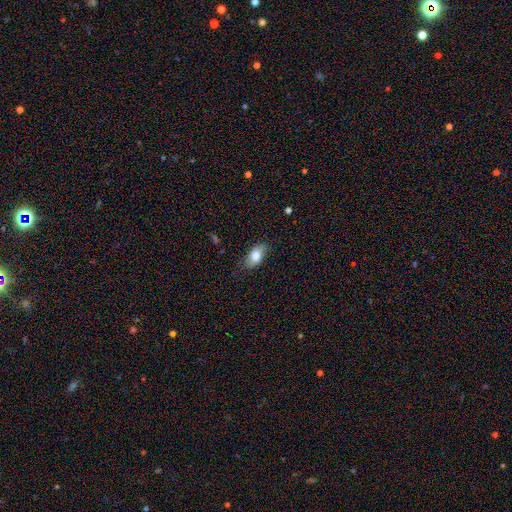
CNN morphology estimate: A smooth galaxy with no disk features (77%) that is in between round and cigar-shaped (89%).

Vote fractions:
- Smooth or featured? smooth: 77% / featured or disk: 16% / star or artifact: 7%
- How rounded? in between: 89% / cigar-shaped: 6% / round: 5%
- Merging? none: 74% / minor disturbance: 20% / major disturbance: 4% / merger: 1%